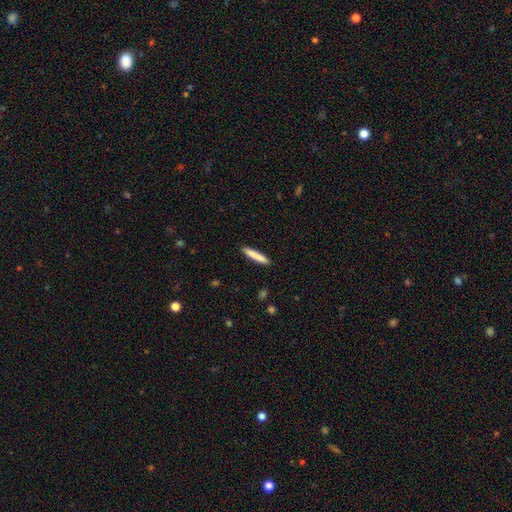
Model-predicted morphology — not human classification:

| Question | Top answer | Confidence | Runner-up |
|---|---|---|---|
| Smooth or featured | smooth | 82% | featured or disk (12%) |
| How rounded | cigar-shaped | 93% | in between (6%) |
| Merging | none | 91% | minor disturbance (7%) |